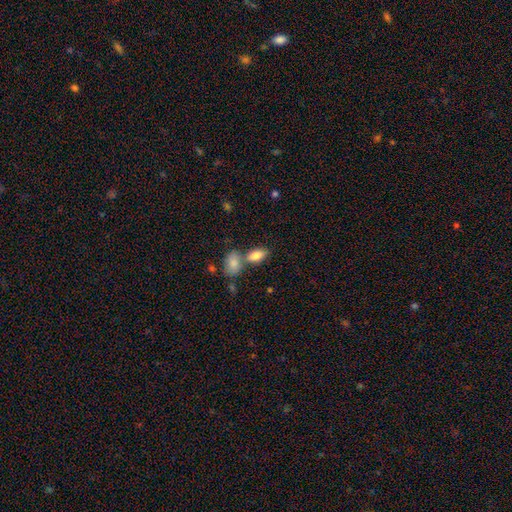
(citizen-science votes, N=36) smooth_or_featured: smooth (p=0.94) [alt: star or artifact p=0.06]
how_rounded: in between (p=0.94) [alt: cigar-shaped p=0.06]
merging: none (p=0.74) [alt: merger p=0.24]